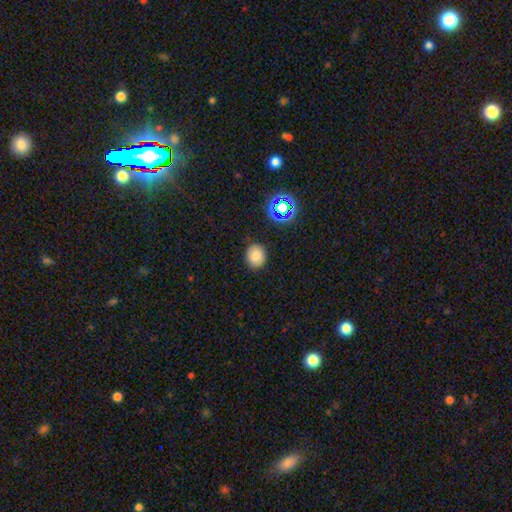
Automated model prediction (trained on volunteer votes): The model was most divided on "how rounded": round: 76%, in between: 23%, cigar-shaped: 1%. More confident: merging — none (87%); smooth or featured — smooth (77%).